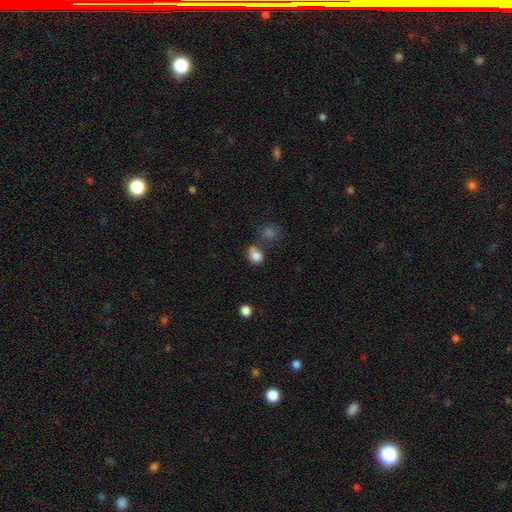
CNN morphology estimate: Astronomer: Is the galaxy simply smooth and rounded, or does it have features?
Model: smooth — 82%.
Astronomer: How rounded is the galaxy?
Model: round — 62% (runner-up: in between, 37%).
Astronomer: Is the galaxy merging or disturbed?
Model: none — 49%.